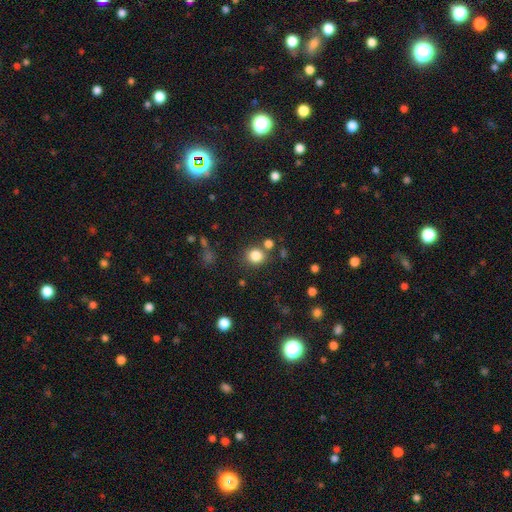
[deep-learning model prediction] Smooth or featured?
  - smooth: 82% *
  - star or artifact: 12%
  - featured or disk: 5%
How rounded?
  - round: 84% *
  - in between: 16%
  - cigar-shaped: 1%
Merging?
  - none: 77% *
  - merger: 10%
  - minor disturbance: 9%
  - major disturbance: 4%